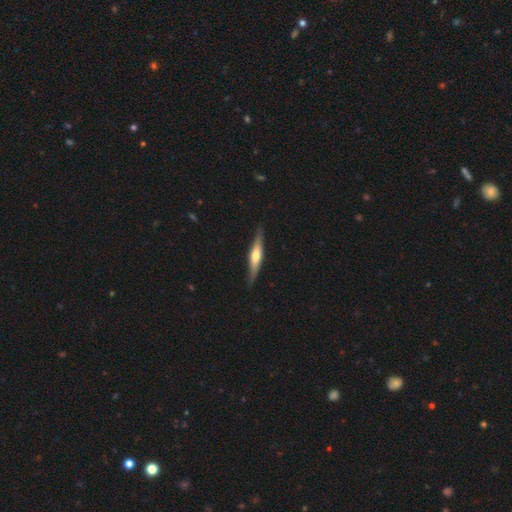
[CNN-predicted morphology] The model was most divided on "smooth or featured": featured or disk: 59%, smooth: 36%, star or artifact: 5%. More confident: edge-on disk — yes (95%); merging — none (87%); edge-on bulge — rounded (82%).